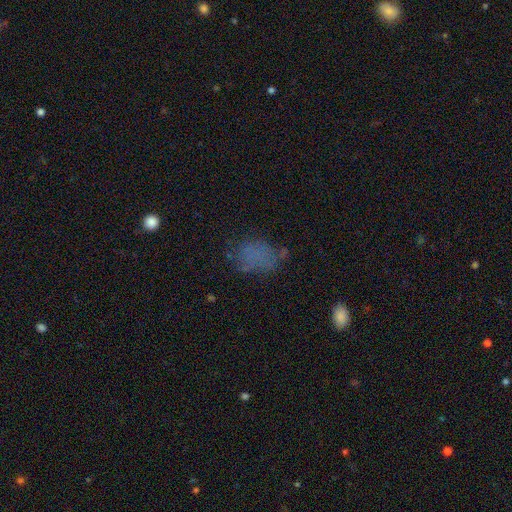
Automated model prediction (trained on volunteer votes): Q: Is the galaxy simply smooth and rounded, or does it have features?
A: smooth — 60%.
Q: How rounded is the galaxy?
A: in between — 77%.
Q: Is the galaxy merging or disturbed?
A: none — 52%.